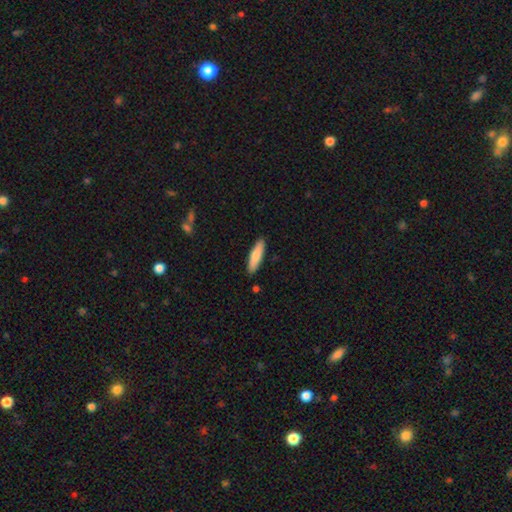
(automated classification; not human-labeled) This is likely a smooth galaxy (78%). How rounded: likely cigar-shaped (71%). Merging: clearly none (89%).